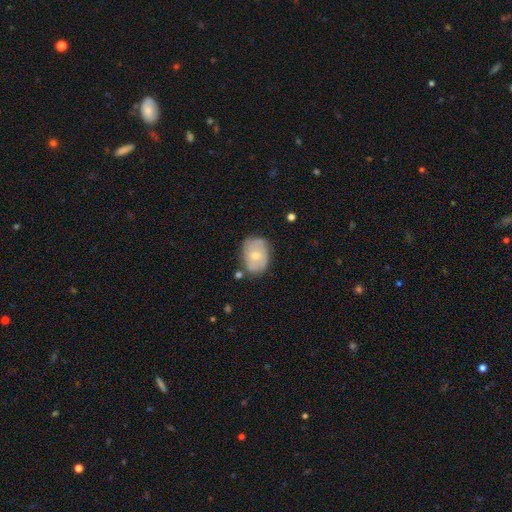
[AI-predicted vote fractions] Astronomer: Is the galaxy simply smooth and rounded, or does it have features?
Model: smooth — 52% (runner-up: featured or disk, 41%).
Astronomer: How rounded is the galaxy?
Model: in between — 67%.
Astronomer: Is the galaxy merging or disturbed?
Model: none — 59%.